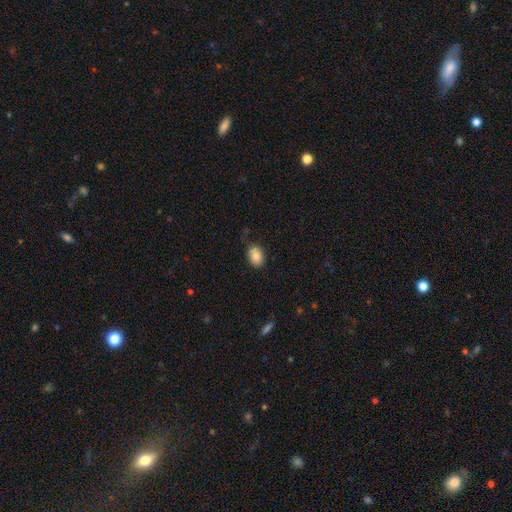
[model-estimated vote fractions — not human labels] This appears to be a smooth galaxy with no disk features (87%) that is in between round and cigar-shaped (83%). Merging: none (82%).